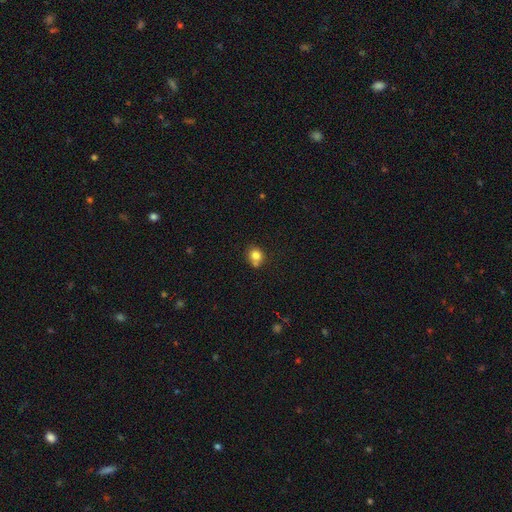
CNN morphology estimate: A smooth galaxy with no disk features (81%) that is round (78%).

Vote fractions:
- Smooth or featured? smooth: 81% / star or artifact: 11% / featured or disk: 8%
- How rounded? round: 78% / in between: 21% / cigar-shaped: 1%
- Merging? none: 59% / merger: 21% / minor disturbance: 15% / major disturbance: 4%